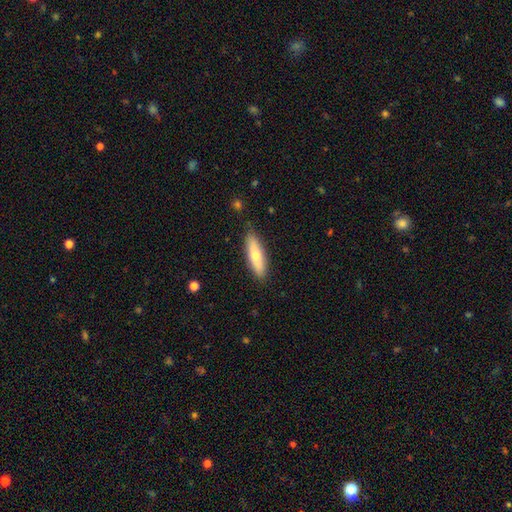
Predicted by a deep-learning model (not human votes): This appears to be a smooth galaxy with no disk features (64%) that is cigar-shaped (57%). Merging: none (85%).